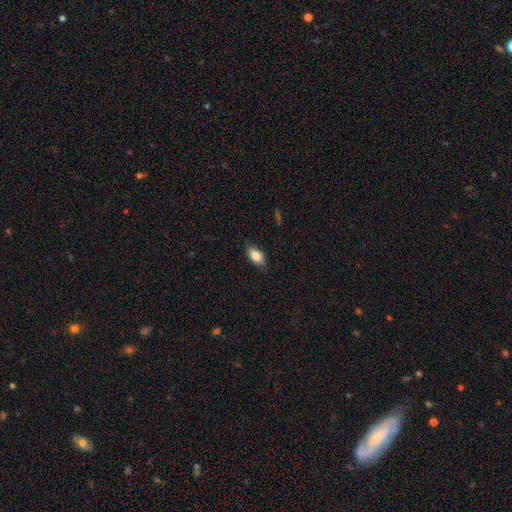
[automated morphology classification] This is clearly a smooth galaxy (81%). How rounded: clearly in between (88%). Merging: clearly none (83%).